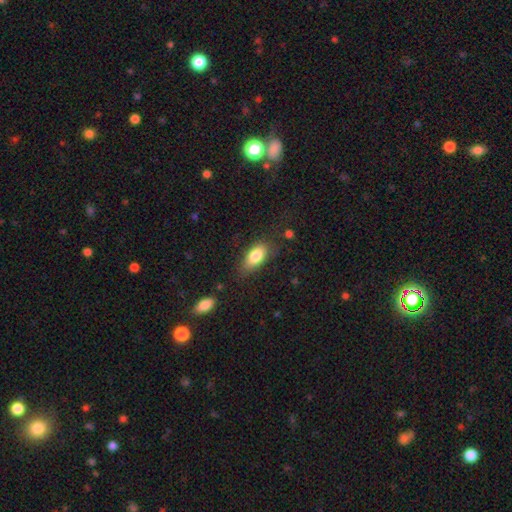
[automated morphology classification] A smooth galaxy with no disk features (82%) that is in between round and cigar-shaped (87%). Merging: none (71%).